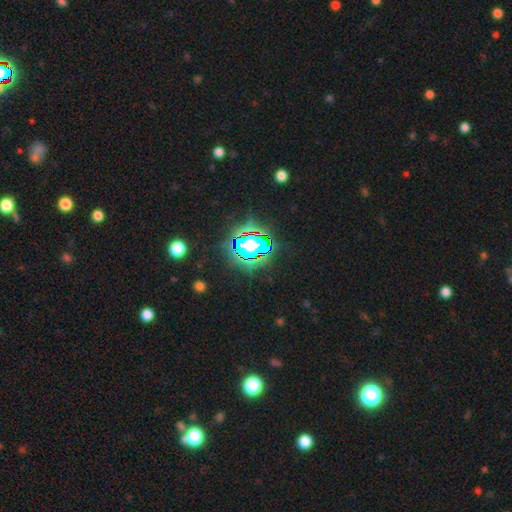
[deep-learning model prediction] smooth-or-featured: star or artifact: 82% | smooth: 11% | featured or disk: 7%